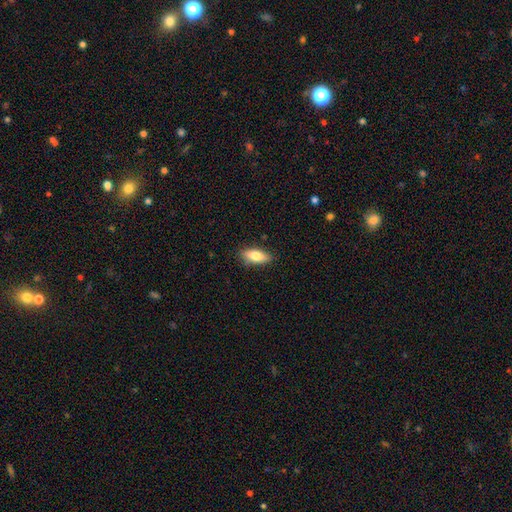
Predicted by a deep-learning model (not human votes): smooth_or_featured: smooth (p=0.75) [alt: featured or disk p=0.19]
how_rounded: in between (p=0.73) [alt: cigar-shaped p=0.24]
merging: none (p=0.84) [alt: minor disturbance p=0.12]